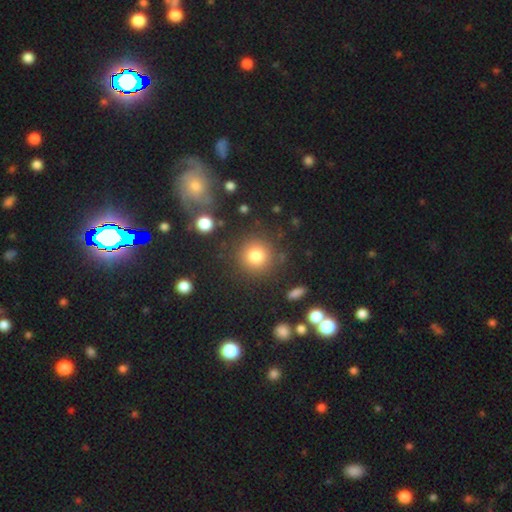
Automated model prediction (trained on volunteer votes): smooth-or-featured: smooth: 81% | star or artifact: 12% | featured or disk: 7%
  how-rounded: round: 93% | in between: 6% | cigar-shaped: 1%
  merging: none: 85% | minor disturbance: 8% | major disturbance: 4% | merger: 3%